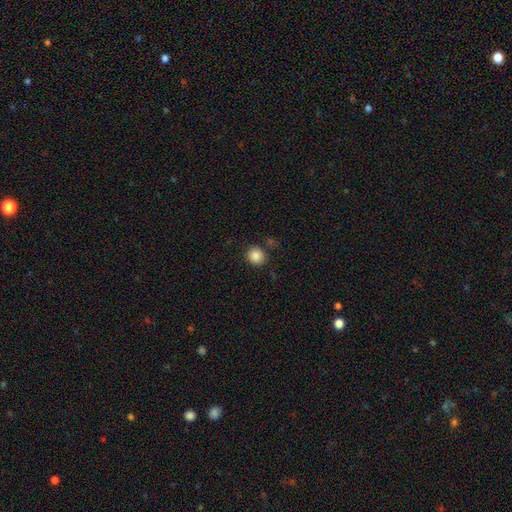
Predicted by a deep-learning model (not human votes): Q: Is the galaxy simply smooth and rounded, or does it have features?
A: smooth — 87%.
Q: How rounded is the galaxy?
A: round — 89%.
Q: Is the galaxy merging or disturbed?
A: none — 83%.